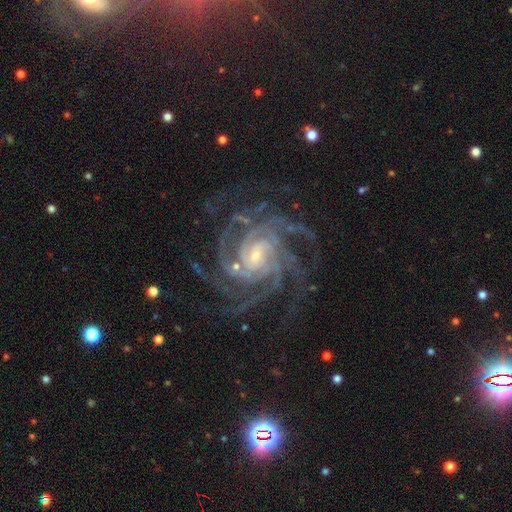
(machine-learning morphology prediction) smooth-or-featured: featured or disk: 93% | star or artifact: 5% | smooth: 2%
  disk-edge-on: no: 98% | yes: 2%
    bar: no: 50% | weak: 35% | strong: 15%
    has-spiral-arms: yes: 99% | no: 1%
      spiral-winding: tight: 70% | medium: 27% | loose: 3%
      spiral-arm-count: 4: 31% (tied) | more than 4: 31% (tied) | 3: 11% | can't tell: 11% | 2: 8% | 1: 8%
    bulge-size: small: 73% | moderate: 21% | large: 3% | none: 2% | dominant: 1%
  merging: none: 76% | minor disturbance: 14% | major disturbance: 9% | merger: 2%